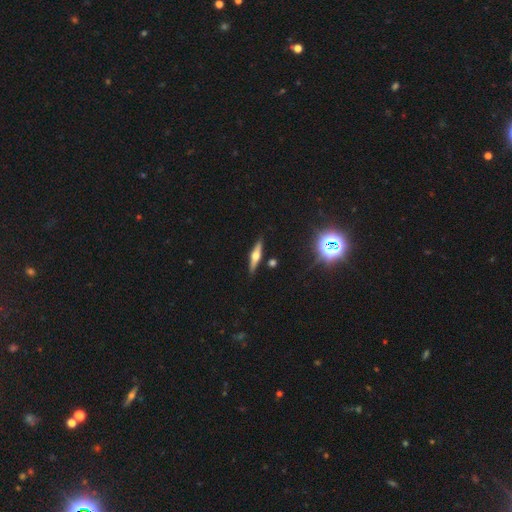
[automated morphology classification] Overall: featured or disk (66%). Edge-on disk: yes (96%). Edge-on bulge: rounded (92%). Merging: none (87%).